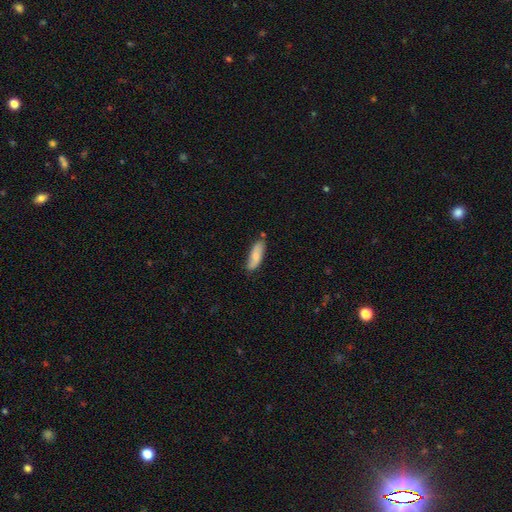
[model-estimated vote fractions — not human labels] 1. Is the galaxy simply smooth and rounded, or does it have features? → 76% smooth, 19% featured or disk, 6% star or artifact.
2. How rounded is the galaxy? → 53% in between, 45% cigar-shaped, 2% round.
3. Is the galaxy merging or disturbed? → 75% none, 18% minor disturbance, 4% merger, 3% major disturbance.